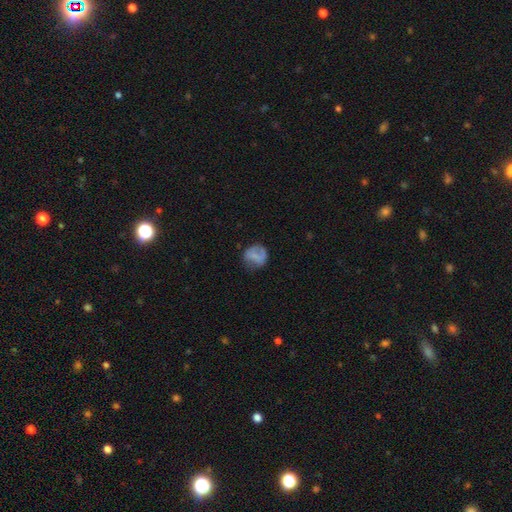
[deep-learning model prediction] Morphology: type=smooth (61%); roundness=round (77%); merging=none (58%).